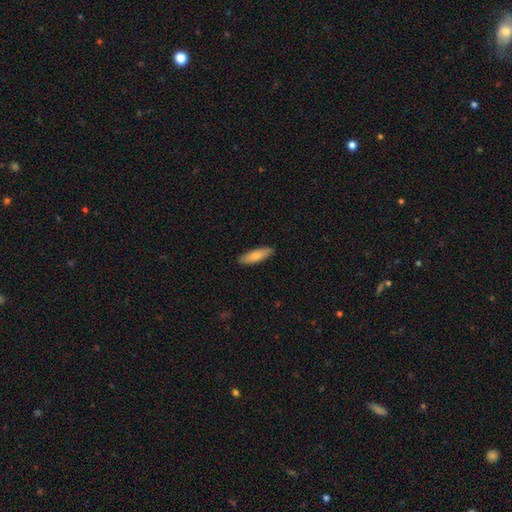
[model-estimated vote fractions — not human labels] Smooth or featured? Predicted: smooth (p=0.79). How rounded? Predicted: cigar-shaped (p=0.54). Merging? Predicted: none (p=0.89).